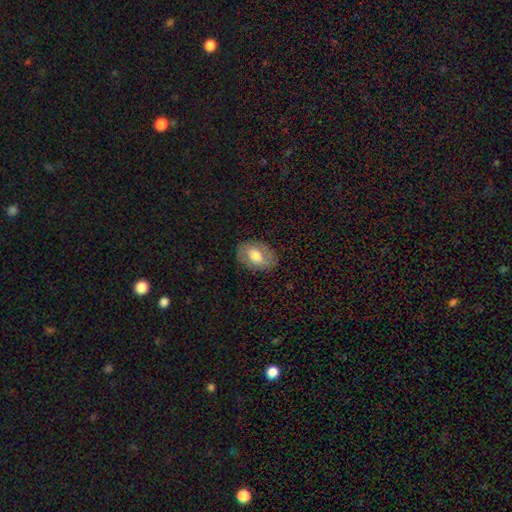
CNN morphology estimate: smooth-or-featured: smooth: 63% | featured or disk: 30% | star or artifact: 8%
  how-rounded: in between: 81% | round: 17% | cigar-shaped: 1%
  merging: none: 81% | minor disturbance: 14% | major disturbance: 4% | merger: 1%